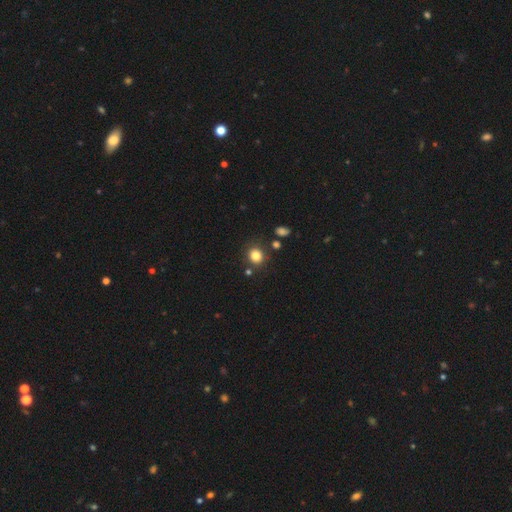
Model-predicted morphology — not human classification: Overall: smooth (82%). How rounded: round (81%). Merging: none (82%).